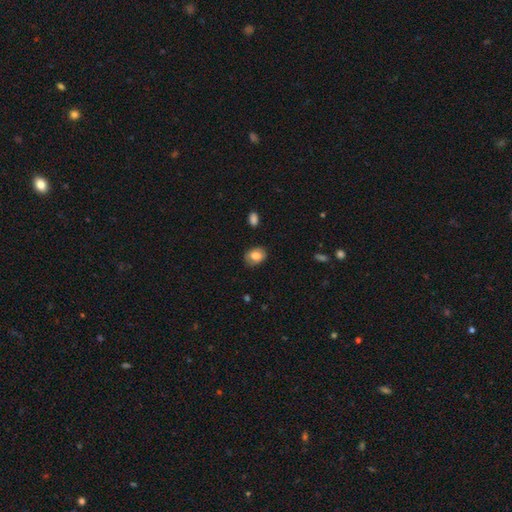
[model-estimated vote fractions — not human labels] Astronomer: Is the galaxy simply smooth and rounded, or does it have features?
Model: smooth — 80%.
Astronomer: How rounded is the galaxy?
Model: in between — 69%.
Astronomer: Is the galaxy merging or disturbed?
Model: none — 81%.